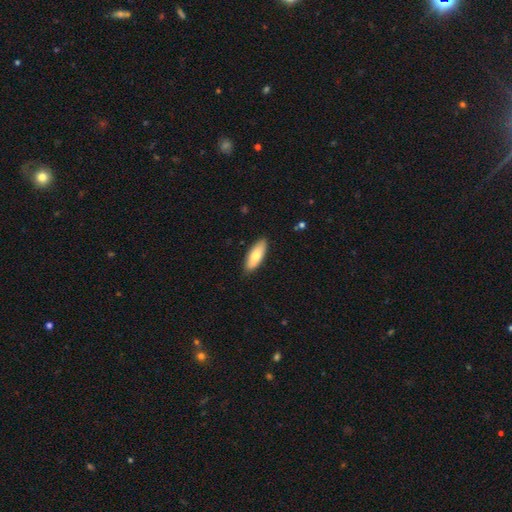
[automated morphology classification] Smooth or featured?
  - smooth: 75% *
  - featured or disk: 19%
  - star or artifact: 5%
How rounded?
  - in between: 74% *
  - cigar-shaped: 24%
  - round: 2%
Merging?
  - none: 88% *
  - minor disturbance: 10%
  - major disturbance: 2%
  - merger: 1%